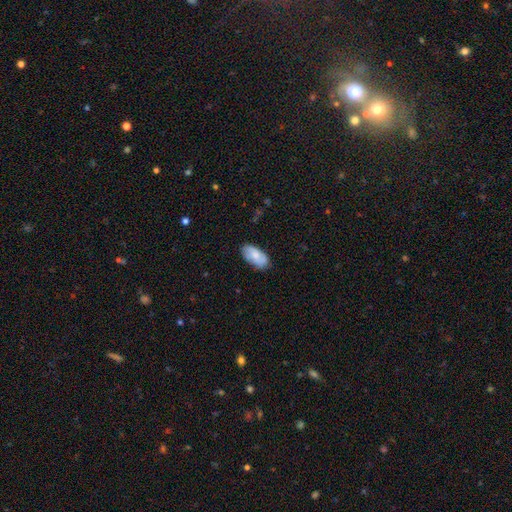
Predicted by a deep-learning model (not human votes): A smooth galaxy with no disk features (74%) that is in between round and cigar-shaped (94%). Merging: none (78%).